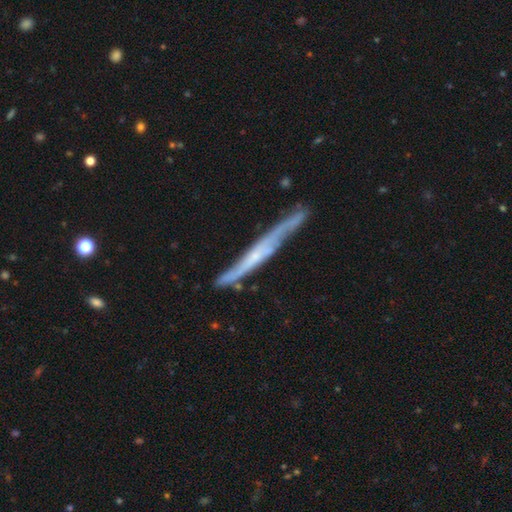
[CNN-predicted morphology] featured or disk 74%, smooth 20%, star or artifact 6%. Down the decision tree: edge-on disk — yes (86%); edge-on bulge — none (63%); merging — none (67%).